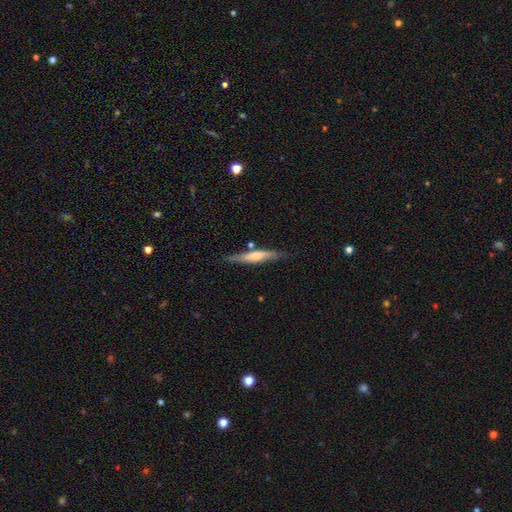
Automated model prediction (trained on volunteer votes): smooth_or_featured: smooth (p=0.50) [alt: featured or disk p=0.45]
merging: none (p=0.72) [alt: minor disturbance p=0.18]